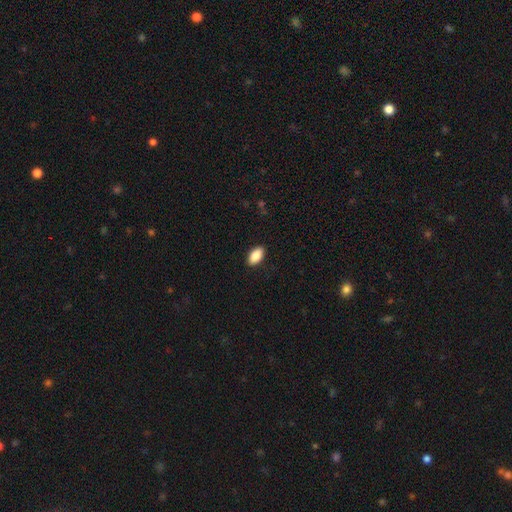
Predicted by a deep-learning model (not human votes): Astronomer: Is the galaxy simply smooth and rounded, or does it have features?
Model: smooth — 88%.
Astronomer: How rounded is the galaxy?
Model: in between — 93%.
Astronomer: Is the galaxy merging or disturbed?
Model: none — 90%.